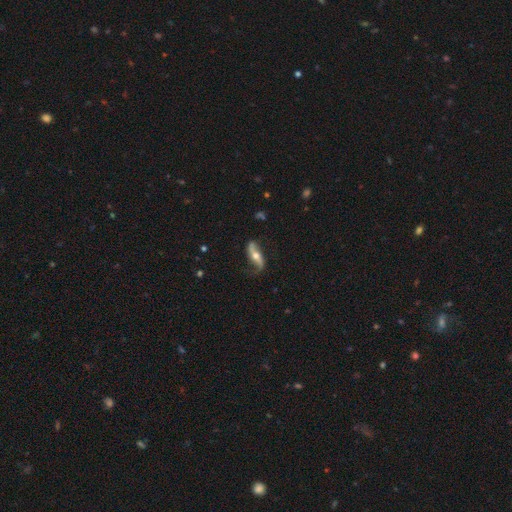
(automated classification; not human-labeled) smooth_or_featured: featured or disk (p=0.83) [alt: smooth p=0.12]
disk_edge_on: no (p=0.82) [alt: yes p=0.18]
bar: no (p=0.45) [alt: strong p=0.30]
has_spiral_arms: yes (p=0.92) [alt: no p=0.08]
spiral_winding: loose (p=0.83) [alt: medium p=0.12]
spiral_arm_count: 2 (p=0.92) [alt: 1 p=0.03]
bulge_size: moderate (p=0.67) [alt: small p=0.24]
merging: none (p=0.72) [alt: minor disturbance p=0.18]